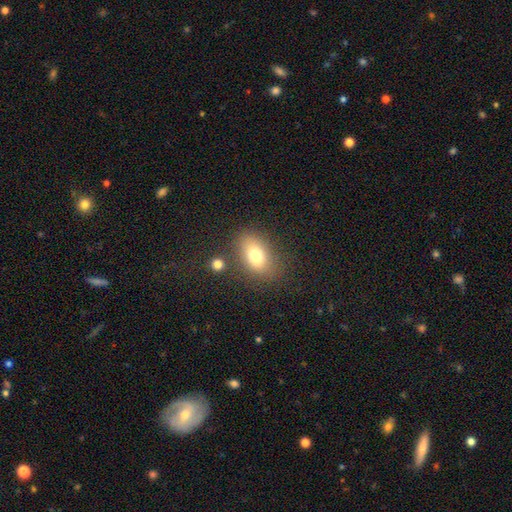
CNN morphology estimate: smooth_or_featured: smooth (p=0.75) [alt: featured or disk p=0.14]
how_rounded: in between (p=0.83) [alt: round p=0.16]
merging: none (p=0.77) [alt: minor disturbance p=0.13]